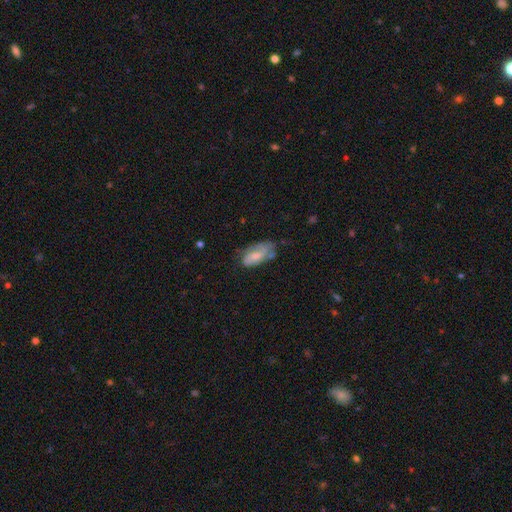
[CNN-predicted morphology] featured or disk 48%, smooth 44%, star or artifact 7%. Down the decision tree: merging — none (49%).